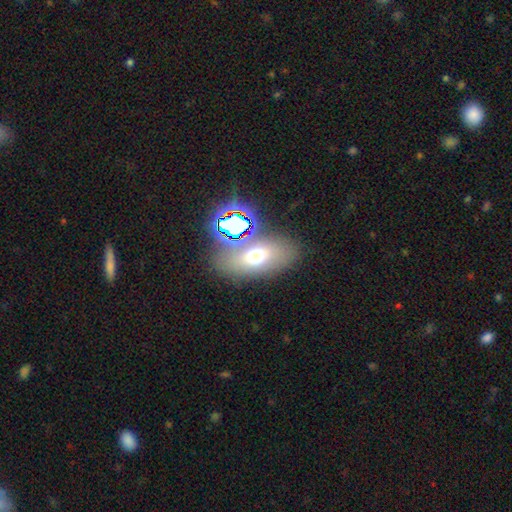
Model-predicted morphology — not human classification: Smooth or featured?
  - smooth: 58% *
  - featured or disk: 23%
  - star or artifact: 20%
How rounded?
  - in between: 80% *
  - round: 15%
  - cigar-shaped: 5%
Merging?
  - none: 74% *
  - minor disturbance: 11%
  - merger: 9%
  - major disturbance: 6%